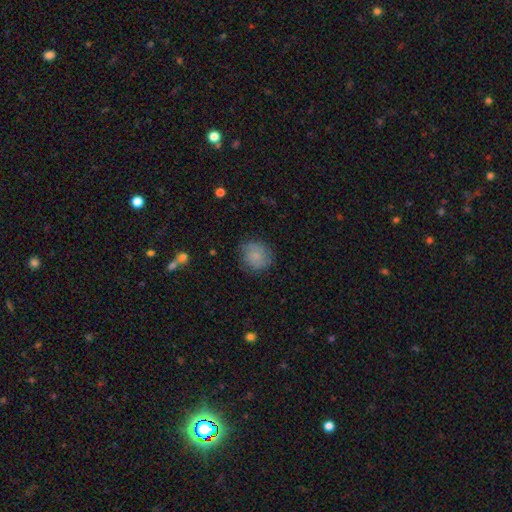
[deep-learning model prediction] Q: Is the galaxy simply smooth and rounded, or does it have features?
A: smooth — 69%.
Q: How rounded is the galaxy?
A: round — 82%.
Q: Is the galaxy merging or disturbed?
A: none — 77%.